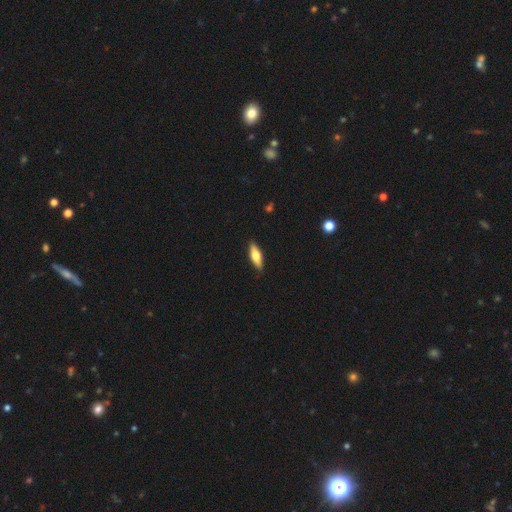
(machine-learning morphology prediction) The model was most divided on "how rounded": in between: 52%, cigar-shaped: 45%, round: 2%. More confident: merging — none (89%); smooth or featured — smooth (60%).